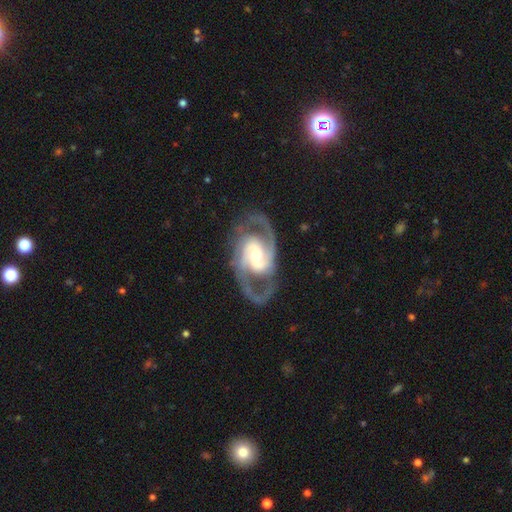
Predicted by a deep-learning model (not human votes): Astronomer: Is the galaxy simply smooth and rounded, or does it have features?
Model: featured or disk — 92%.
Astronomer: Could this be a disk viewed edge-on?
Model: no — 97%.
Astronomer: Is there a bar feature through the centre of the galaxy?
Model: weak — 44% (runner-up: strong, 30%).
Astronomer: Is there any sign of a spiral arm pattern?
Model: yes — 98%.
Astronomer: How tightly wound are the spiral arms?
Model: medium — 59%.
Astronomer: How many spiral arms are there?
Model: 2 — 83%.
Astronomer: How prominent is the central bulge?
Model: moderate — 58%.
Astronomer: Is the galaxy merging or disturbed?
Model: none — 75%.